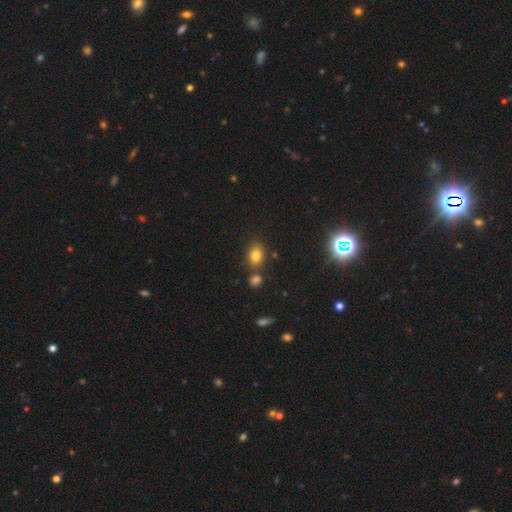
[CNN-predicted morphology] Overall: smooth (79%). How rounded: in between (72%). Merging: none (70%).